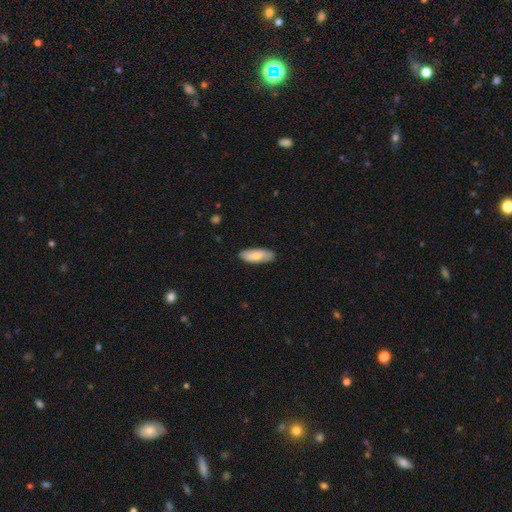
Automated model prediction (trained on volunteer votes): smooth_or_featured: smooth (p=0.77) [alt: featured or disk p=0.17]
how_rounded: in between (p=0.73) [alt: cigar-shaped p=0.25]
merging: none (p=0.85) [alt: minor disturbance p=0.12]